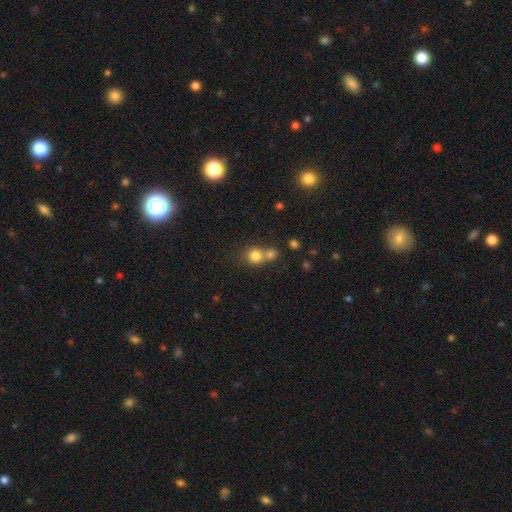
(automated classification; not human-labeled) Smooth or featured? Predicted: smooth (p=0.79). How rounded? Predicted: round (p=0.84). Merging? Predicted: merger (p=0.46).